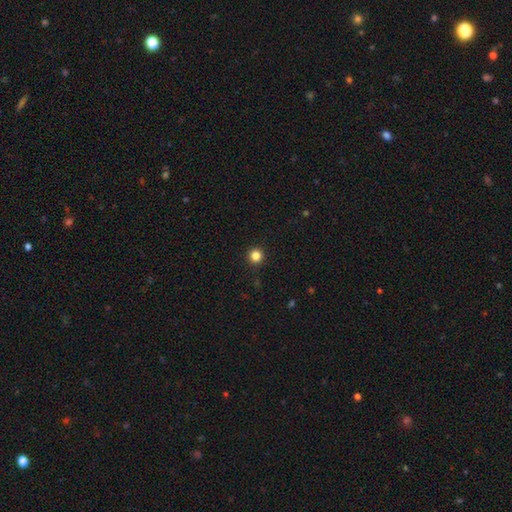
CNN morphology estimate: Overall: smooth (84%). How rounded: round (96%). Merging: none (93%).